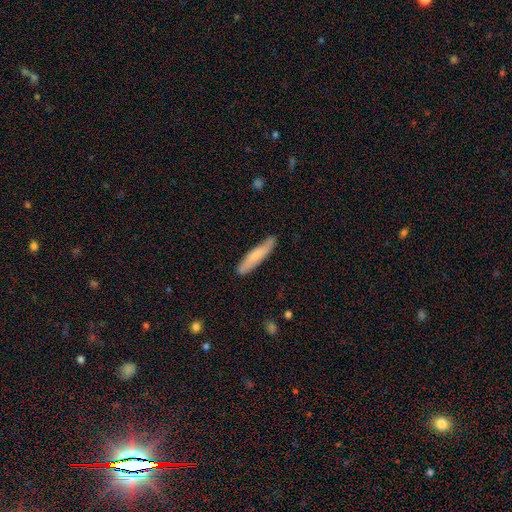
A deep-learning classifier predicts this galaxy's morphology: This is likely a smooth galaxy (70%). How rounded: clearly cigar-shaped (88%). Merging: clearly none (81%).